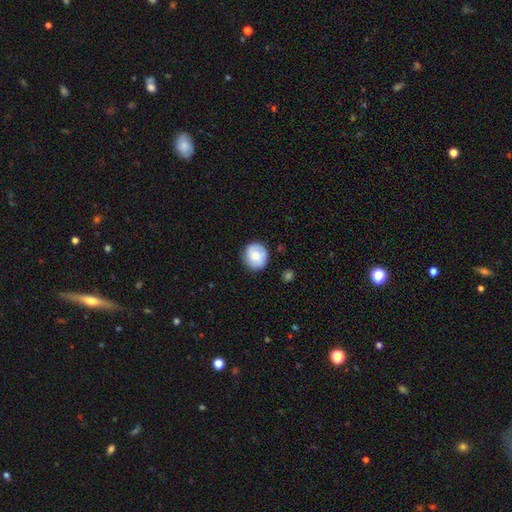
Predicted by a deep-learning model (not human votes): Overall: smooth (78%). How rounded: round (85%). Merging: none (82%).